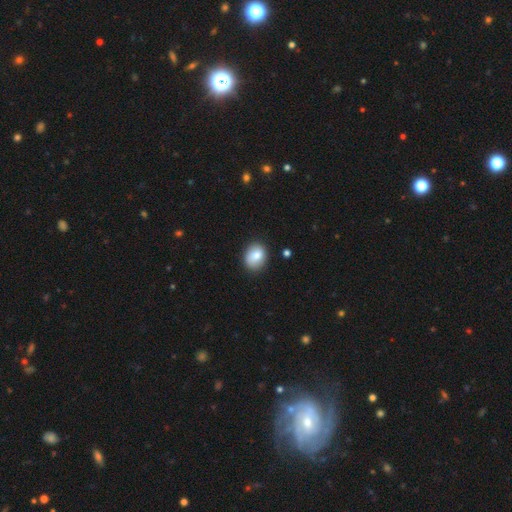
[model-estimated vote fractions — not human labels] Morphology: type=smooth (83%); roundness=in between (52%); merging=none (83%).